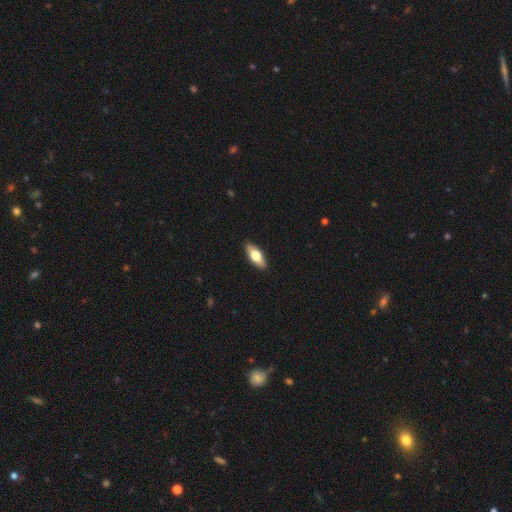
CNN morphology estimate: type=smooth (67%); roundness=in between (76%); merging=none (90%).